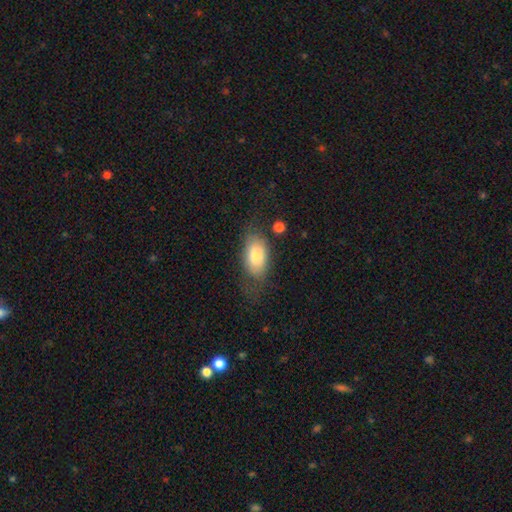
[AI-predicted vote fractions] A smooth galaxy with no disk features (79%) that is in between round and cigar-shaped (91%).

Vote fractions:
- Smooth or featured? smooth: 79% / featured or disk: 14% / star or artifact: 7%
- How rounded? in between: 91% / round: 5% / cigar-shaped: 4%
- Merging? none: 58% / minor disturbance: 25% / major disturbance: 14% / merger: 3%